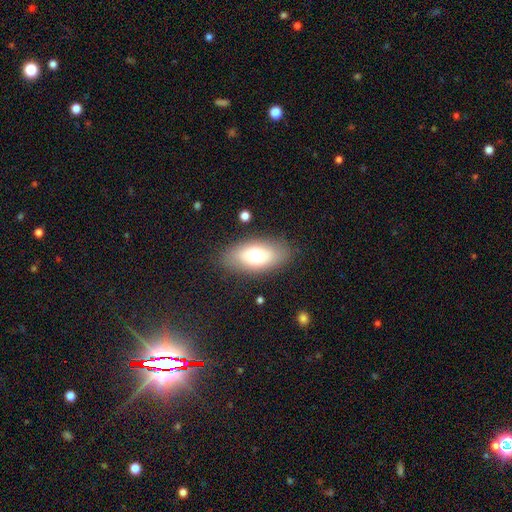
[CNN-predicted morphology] This appears to be a smooth galaxy with no disk features (69%) that is in between round and cigar-shaped (89%). Merging: none (84%).